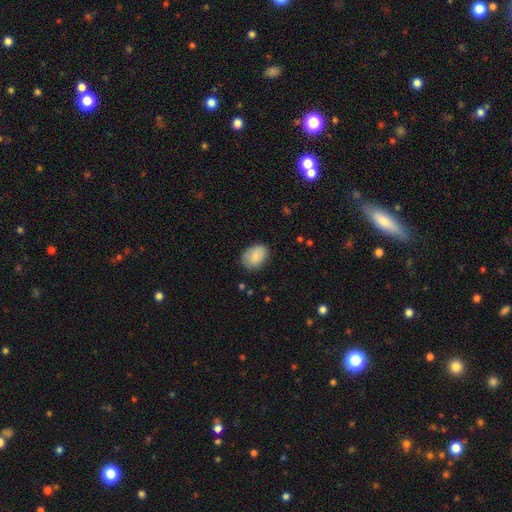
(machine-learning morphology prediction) Smooth or featured? smooth (86%)
How rounded? in between (77%)
Merging? none (78%)